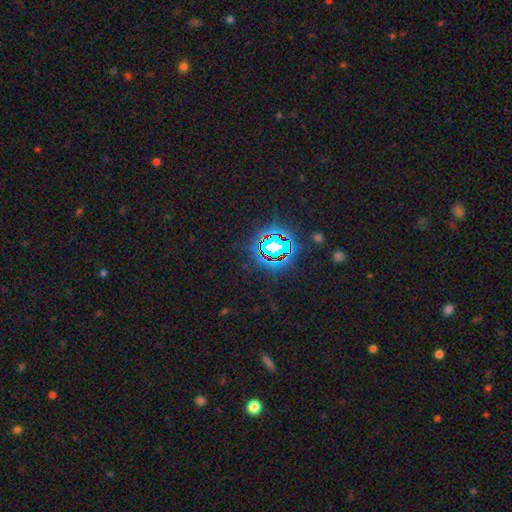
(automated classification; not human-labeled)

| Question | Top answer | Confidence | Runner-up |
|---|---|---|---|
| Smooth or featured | star or artifact | 84% | smooth (10%) |